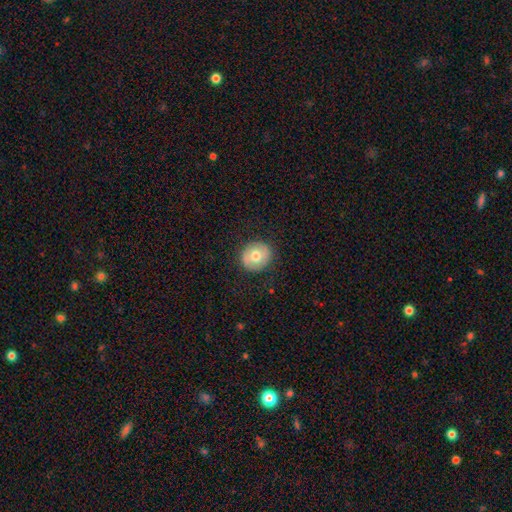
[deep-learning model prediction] Smooth or featured? Predicted: smooth (p=0.65). How rounded? Predicted: round (p=0.87). Merging? Predicted: none (p=0.87).